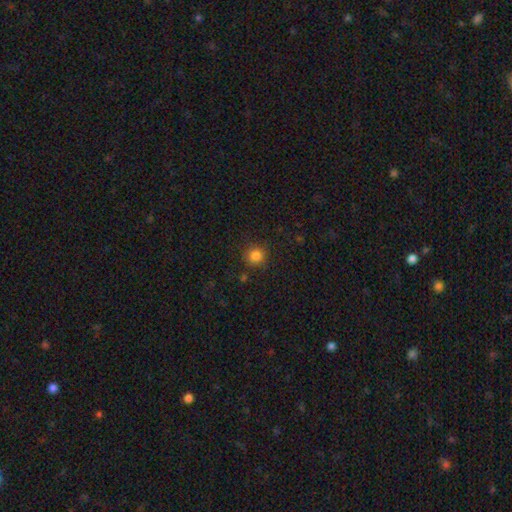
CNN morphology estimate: Overall: smooth (83%). How rounded: round (92%). Merging: none (87%).